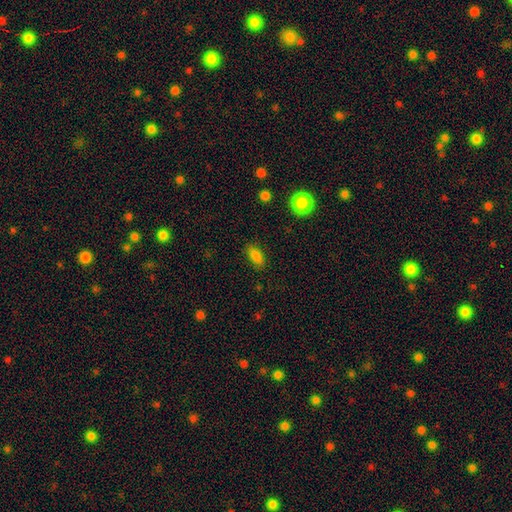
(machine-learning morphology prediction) The model was most divided on "merging": none: 84%, minor disturbance: 11%, major disturbance: 3%, merger: 1%. More confident: how rounded — in between (89%); smooth or featured — smooth (85%).